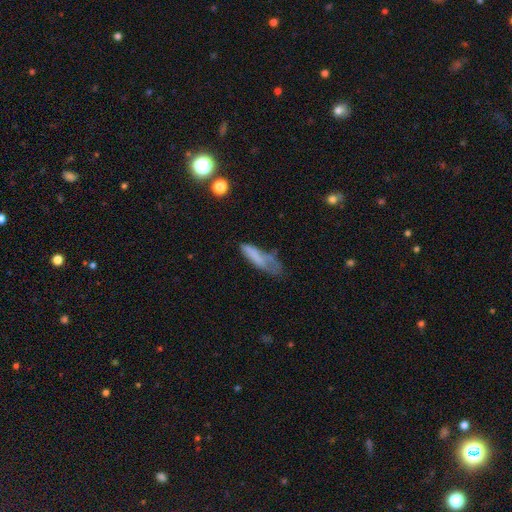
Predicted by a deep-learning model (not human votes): Morphology: type=smooth (65%); roundness=cigar-shaped (58%); merging=none (33%).